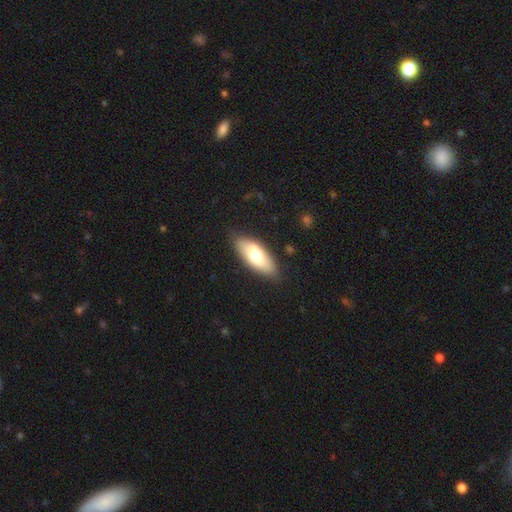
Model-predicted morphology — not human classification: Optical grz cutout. It shows a smooth galaxy with no disk features (71%) that is in between round and cigar-shaped (80%). Merging: none (83%).